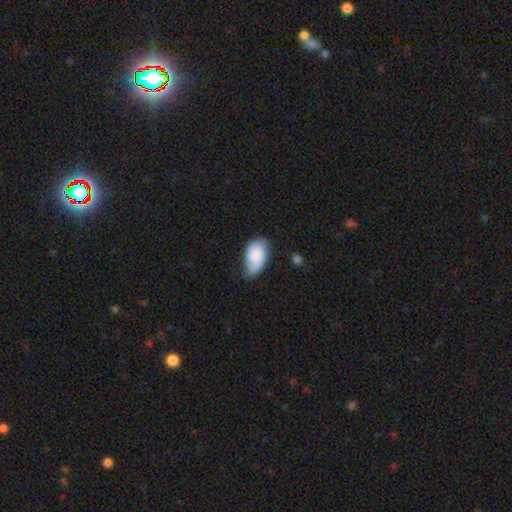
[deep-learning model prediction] smooth-or-featured: smooth: 78% | featured or disk: 15% | star or artifact: 6%
  how-rounded: in between: 94% | round: 4% | cigar-shaped: 2%
  merging: none: 47% | minor disturbance: 40% | major disturbance: 10% | merger: 2%